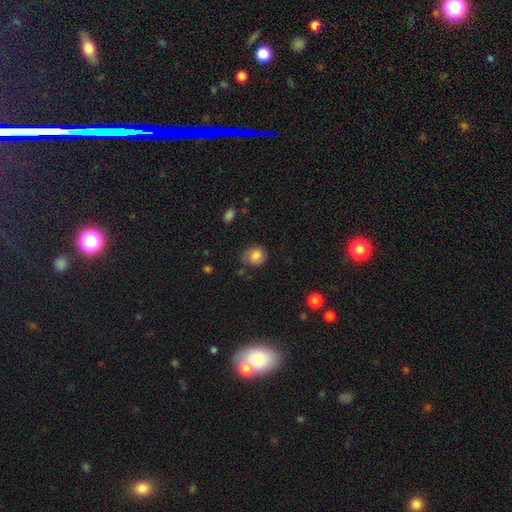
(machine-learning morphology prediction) The model was most divided on "how rounded": round: 66%, in between: 33%, cigar-shaped: 1%. More confident: smooth or featured — smooth (71%); merging — none (61%).